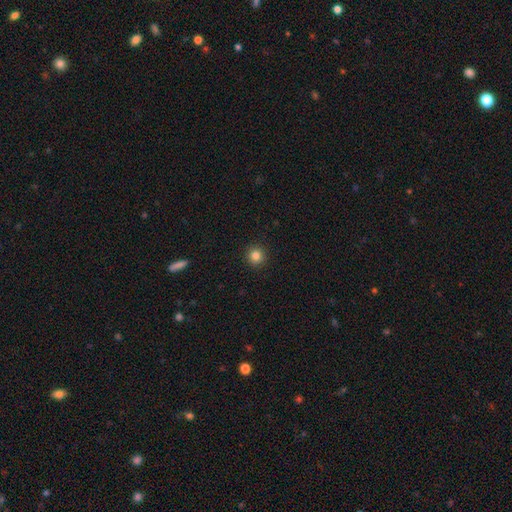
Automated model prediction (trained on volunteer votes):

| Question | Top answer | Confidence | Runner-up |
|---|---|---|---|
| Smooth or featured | smooth | 84% | star or artifact (12%) |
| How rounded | round | 94% | in between (5%) |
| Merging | none | 93% | minor disturbance (5%) |